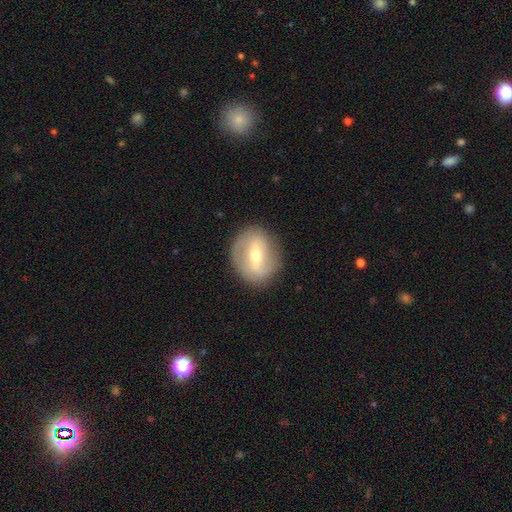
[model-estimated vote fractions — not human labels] This appears to be a featured or disk galaxy (63%) with a strong bar (50%), no spiral arms (53%) and a moderate central bulge (64%). Merging: none (84%).